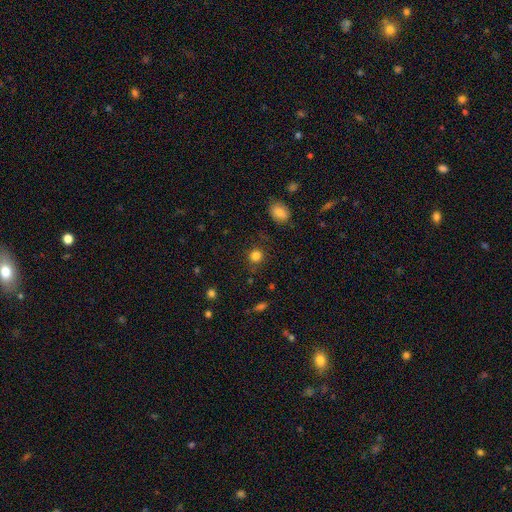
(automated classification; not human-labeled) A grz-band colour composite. It shows a smooth galaxy with no disk features (82%) that is round (89%). Merging: none (83%).